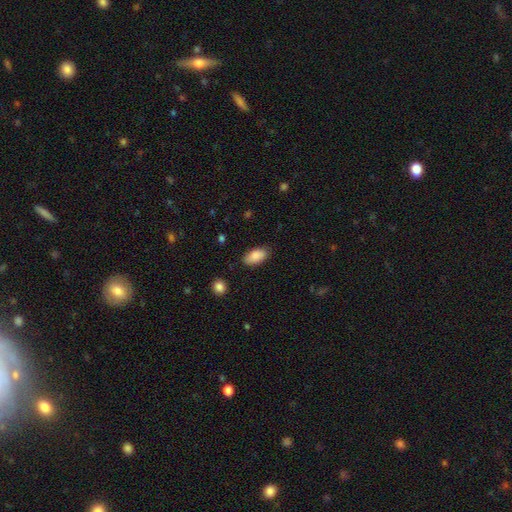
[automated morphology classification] smooth 87%, star or artifact 7%, featured or disk 6%. Down the decision tree: how rounded — in between (93%); merging — none (84%).